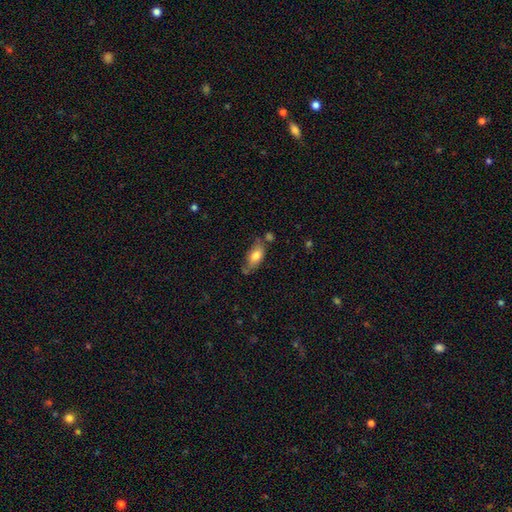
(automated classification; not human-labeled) A smooth galaxy with no disk features (75%) that is in between round and cigar-shaped (88%). Merging: none (55%).